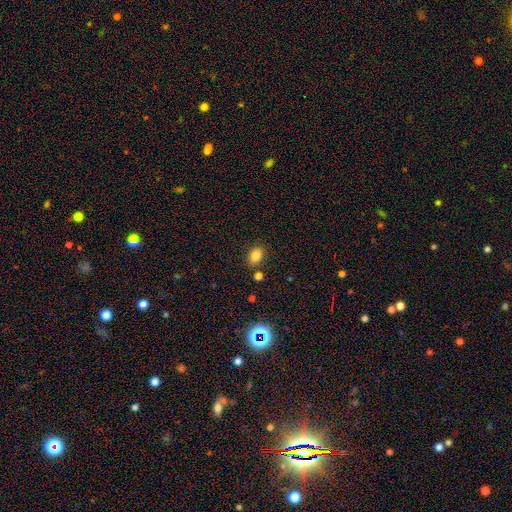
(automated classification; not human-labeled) The model was most divided on "how rounded": in between: 70%, round: 28%, cigar-shaped: 1%. More confident: merging — none (82%); smooth or featured — smooth (82%).